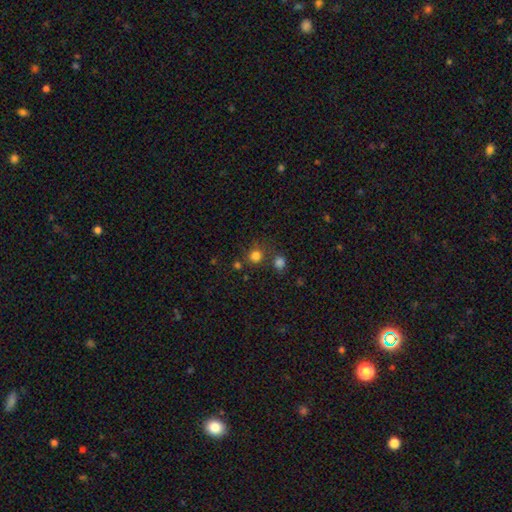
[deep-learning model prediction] smooth-or-featured: smooth: 77% | star or artifact: 17% | featured or disk: 6%
  how-rounded: round: 90% | in between: 10% | cigar-shaped: 1%
  merging: none: 71% | merger: 16% | minor disturbance: 9% | major disturbance: 4%